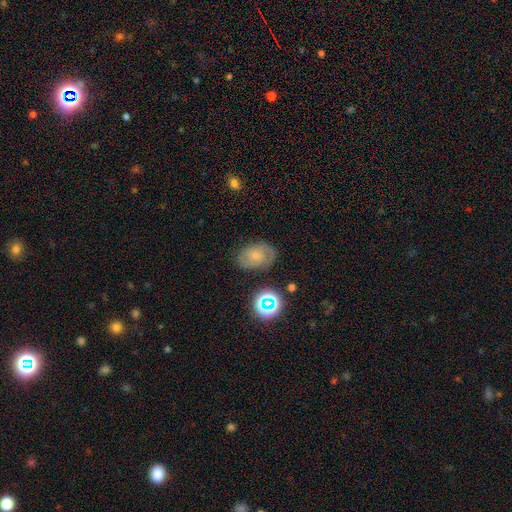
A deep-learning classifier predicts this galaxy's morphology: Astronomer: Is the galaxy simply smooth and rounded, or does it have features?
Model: smooth — 53% (runner-up: featured or disk, 33%).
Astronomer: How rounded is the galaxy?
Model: in between — 76%.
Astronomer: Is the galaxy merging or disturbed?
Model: none — 71%.